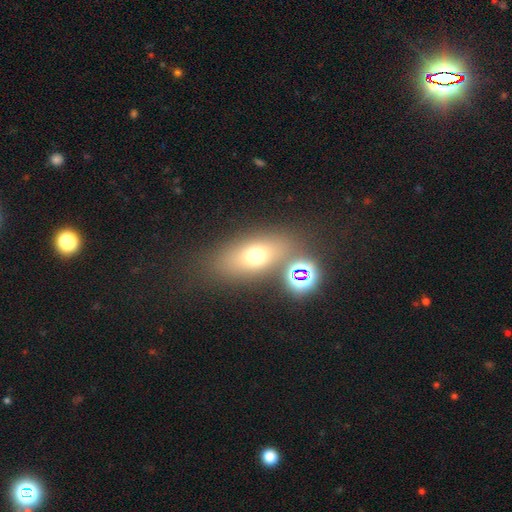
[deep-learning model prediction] Smooth or featured? Predicted: smooth (p=0.65). How rounded? Predicted: in between (p=0.69). Merging? Predicted: none (p=0.69).